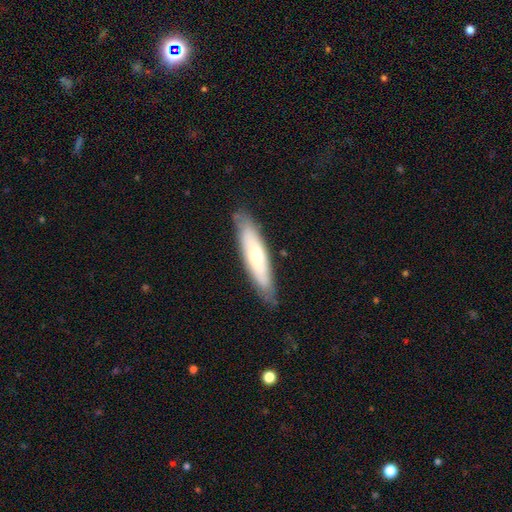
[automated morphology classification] Q: Smooth or featured?
A: smooth (53%); runner-up: featured or disk (42%)
Q: How rounded?
A: cigar-shaped (71%); runner-up: in between (27%)
Q: Merging?
A: none (80%); runner-up: minor disturbance (15%)